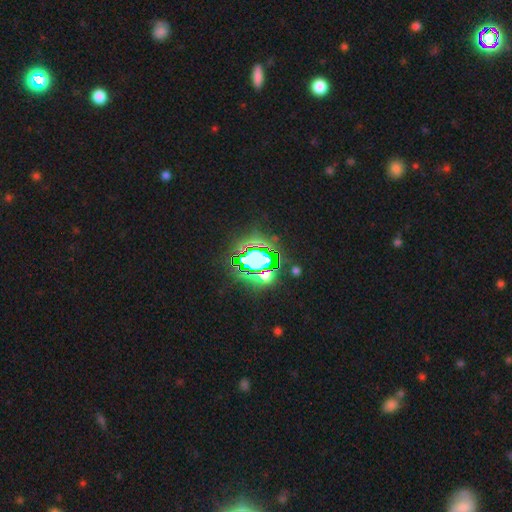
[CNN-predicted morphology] This is likely a star or artifact rather than a galaxy (77%).